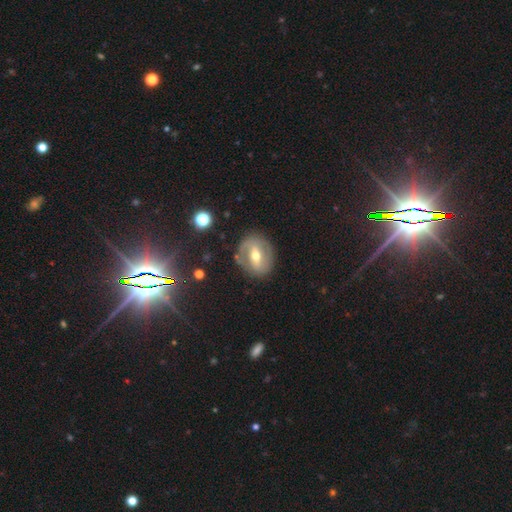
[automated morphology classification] smooth-or-featured: featured or disk: 64% | smooth: 29% | star or artifact: 8%
  disk-edge-on: no: 92% | yes: 8%
    bar: strong: 45% | weak: 36% | no: 19%
    has-spiral-arms: yes: 51% | no: 49%
    bulge-size: moderate: 72% | small: 21% | large: 5% | none: 1% | dominant: 1%
  merging: none: 79% | minor disturbance: 14% | major disturbance: 5% | merger: 2%